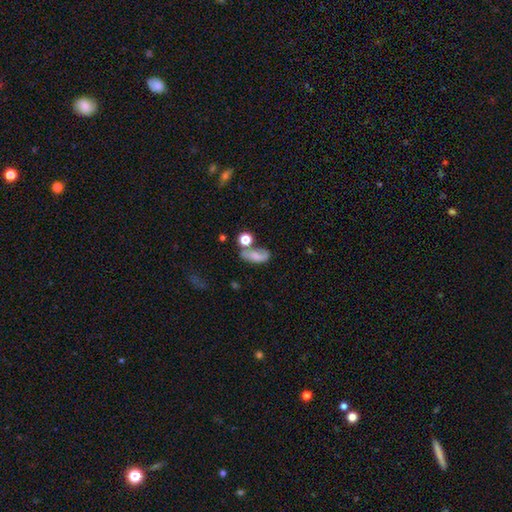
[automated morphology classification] smooth 59%, featured or disk 29%, star or artifact 12%. Down the decision tree: how rounded — in between (76%); merging — none (35%).